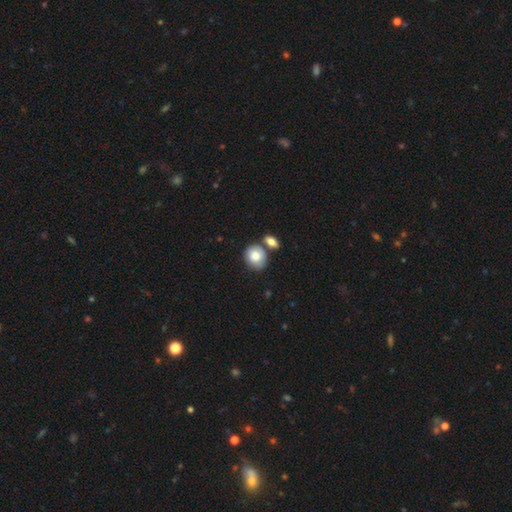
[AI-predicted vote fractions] This appears to be a smooth galaxy with no disk features (81%) that is round (69%). Merging: none (57%).